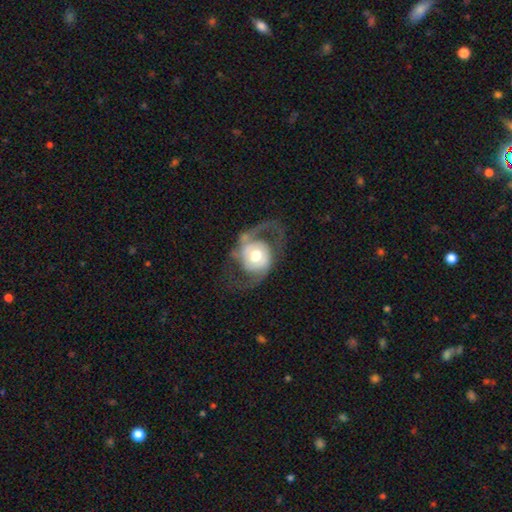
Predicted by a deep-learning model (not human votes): Smooth or featured? Predicted: featured or disk (p=0.77). Edge-on disk? Predicted: no (p=0.96). Bar? Predicted: no (p=0.71). Spiral arms? Predicted: yes (p=0.83). Spiral winding? Predicted: medium (p=0.44). Spiral arm count? Predicted: 2 (p=0.86). Bulge size? Predicted: moderate (p=0.62). Merging? Predicted: none (p=0.55).